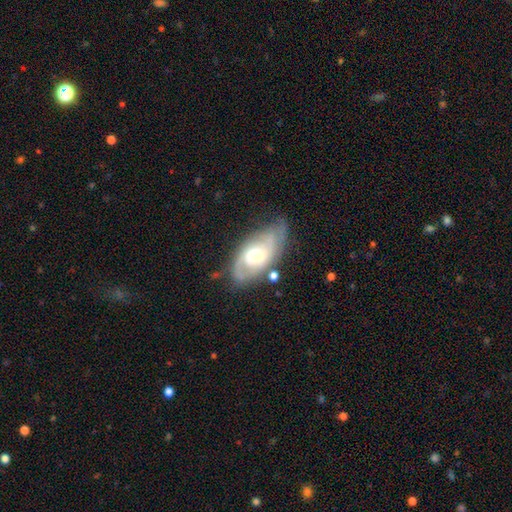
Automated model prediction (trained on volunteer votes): featured or disk 76%, smooth 18%, star or artifact 6%. Down the decision tree: edge-on disk — no (92%); bar — no (62%); spiral arms — yes (90%); spiral arm count — 2 (63%); spiral winding — tight (43%); bulge size — moderate (64%); merging — none (64%).